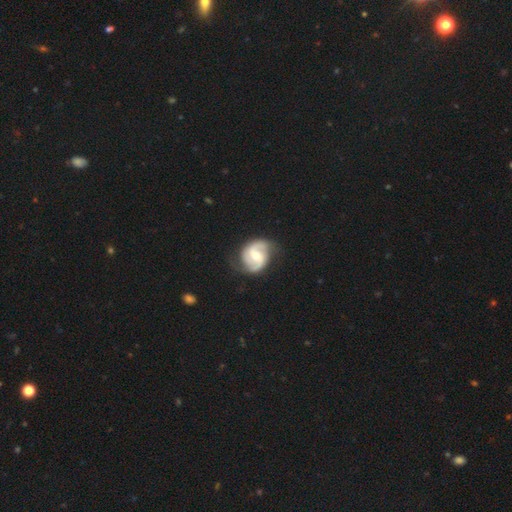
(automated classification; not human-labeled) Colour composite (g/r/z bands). It shows a featured or disk galaxy (86%) with a weak bar (49%), 2 (91%) medium (52%) spiral arms (97%) and a moderate central bulge (62%). Merging: none (77%).